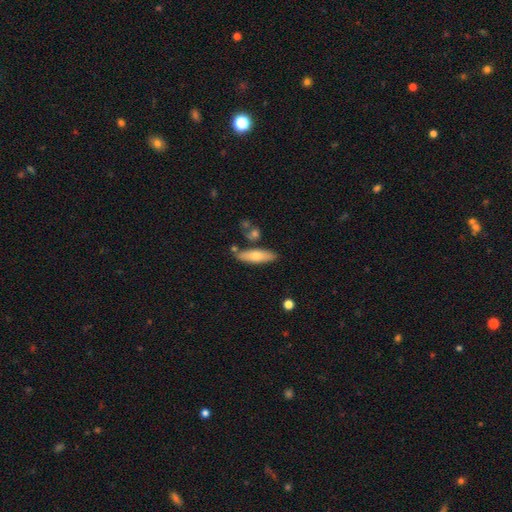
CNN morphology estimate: Smooth or featured? smooth (65%)
How rounded? cigar-shaped (55%)
Merging? none (77%)